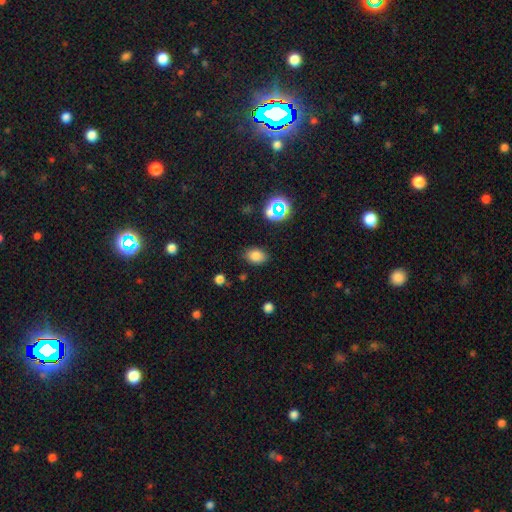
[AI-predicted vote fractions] smooth_or_featured: smooth (p=0.80) [alt: star or artifact p=0.14]
how_rounded: in between (p=0.77) [alt: round p=0.22]
merging: none (p=0.83) [alt: minor disturbance p=0.12]